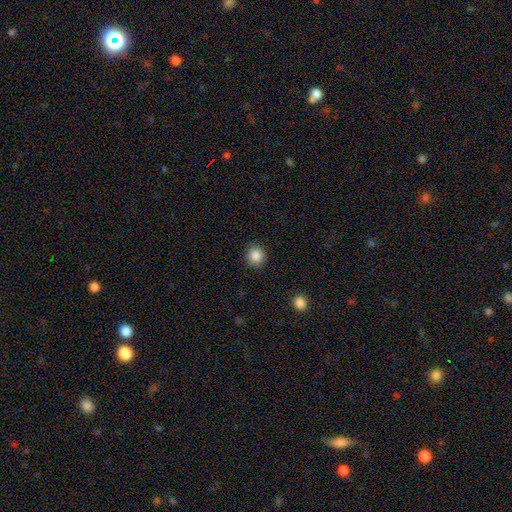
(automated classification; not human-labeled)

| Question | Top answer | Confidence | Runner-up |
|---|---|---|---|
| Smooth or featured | smooth | 86% | star or artifact (10%) |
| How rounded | round | 90% | in between (9%) |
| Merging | none | 89% | minor disturbance (7%) |